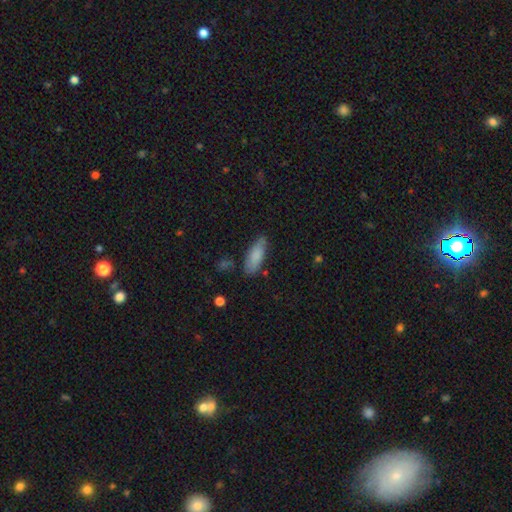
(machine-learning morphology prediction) smooth_or_featured: smooth (p=0.84) [alt: featured or disk p=0.10]
how_rounded: in between (p=0.67) [alt: cigar-shaped p=0.32]
merging: none (p=0.76) [alt: minor disturbance p=0.18]